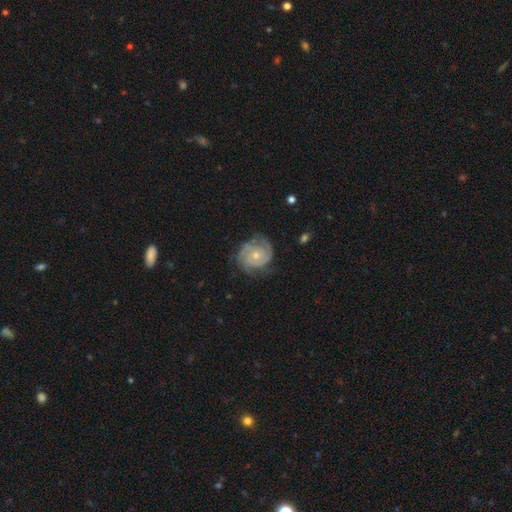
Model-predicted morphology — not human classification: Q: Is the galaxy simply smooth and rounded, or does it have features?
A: featured or disk — 83%.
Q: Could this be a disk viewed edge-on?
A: no — 98%.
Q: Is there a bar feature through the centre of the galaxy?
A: no — 78%.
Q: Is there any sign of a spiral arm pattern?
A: yes — 96%.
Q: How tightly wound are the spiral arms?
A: tight — 66%.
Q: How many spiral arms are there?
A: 2 — 36%.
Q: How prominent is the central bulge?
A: small — 52%.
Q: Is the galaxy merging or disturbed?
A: none — 71%.